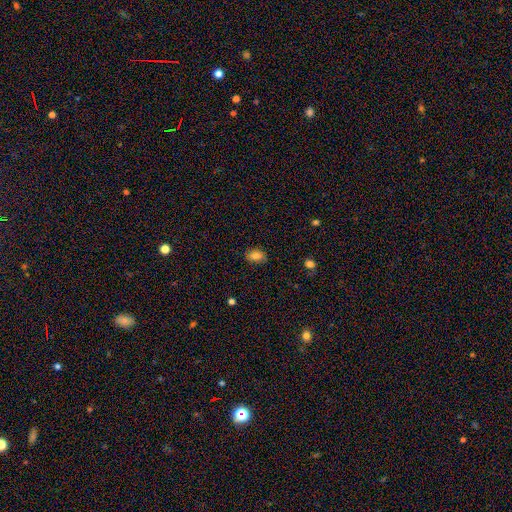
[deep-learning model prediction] Smooth or featured? smooth (81%)
How rounded? in between (80%)
Merging? none (84%)